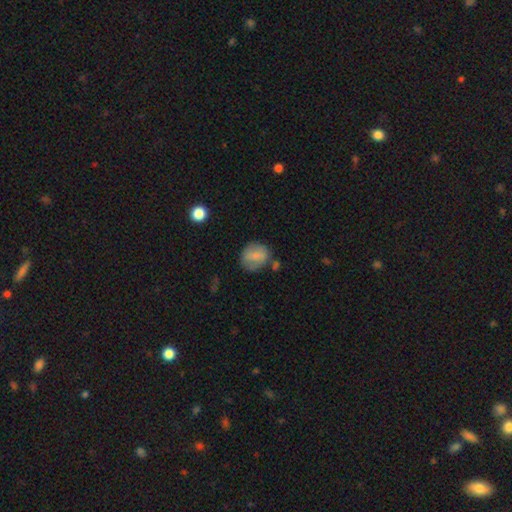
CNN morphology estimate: smooth_or_featured: smooth (p=0.73) [alt: featured or disk p=0.19]
how_rounded: round (p=0.65) [alt: in between p=0.34]
merging: none (p=0.64) [alt: minor disturbance p=0.22]